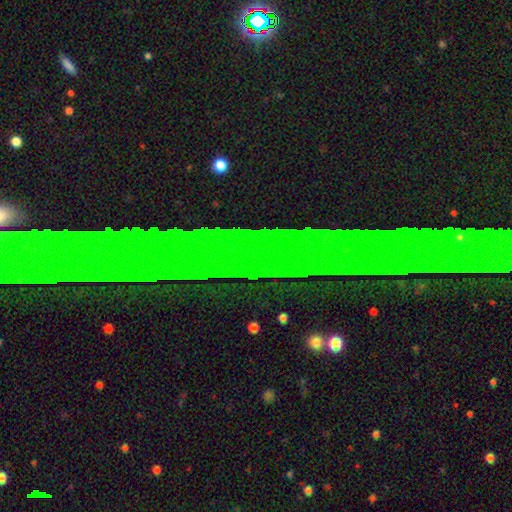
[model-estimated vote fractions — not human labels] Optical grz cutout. It shows a star or artifact, not a galaxy (78%).